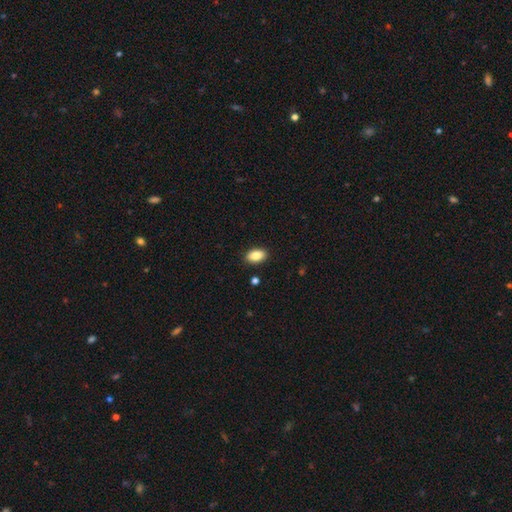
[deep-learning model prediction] smooth_or_featured: smooth (p=0.86) [alt: star or artifact p=0.08]
how_rounded: in between (p=0.92) [alt: round p=0.06]
merging: none (p=0.89) [alt: minor disturbance p=0.08]